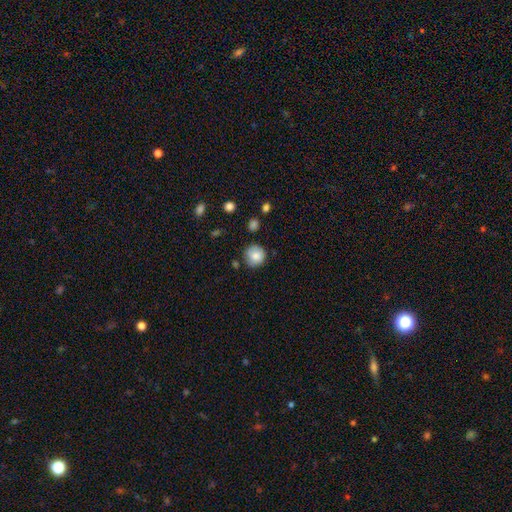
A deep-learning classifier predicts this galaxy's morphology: smooth 82%, featured or disk 10%, star or artifact 8%. Down the decision tree: how rounded — round (92%); merging — none (78%).